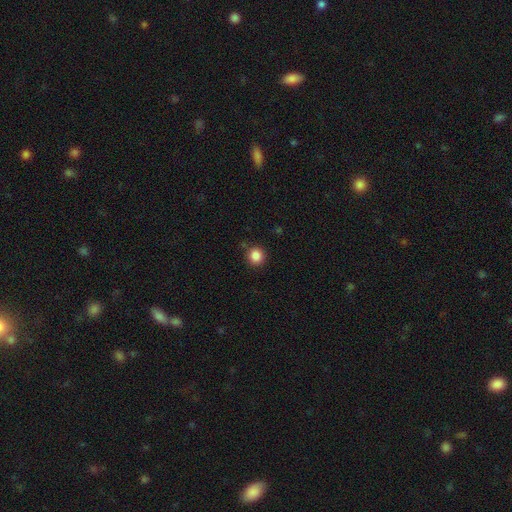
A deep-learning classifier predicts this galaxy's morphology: Smooth or featured? Predicted: smooth (p=0.86). How rounded? Predicted: round (p=0.92). Merging? Predicted: none (p=0.88).